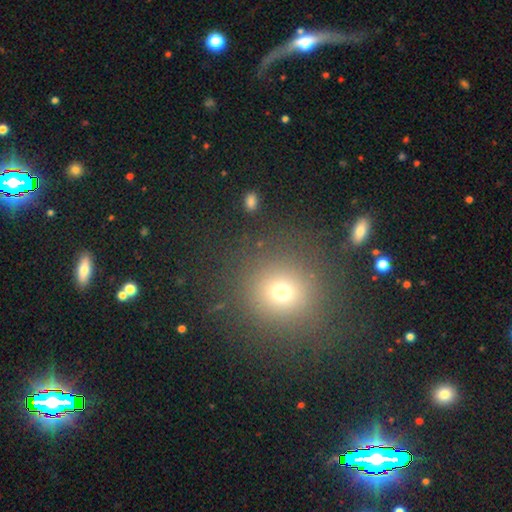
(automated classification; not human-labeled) This is possibly a smooth galaxy (57%). How rounded: clearly round (91%). Merging: clearly none (88%).